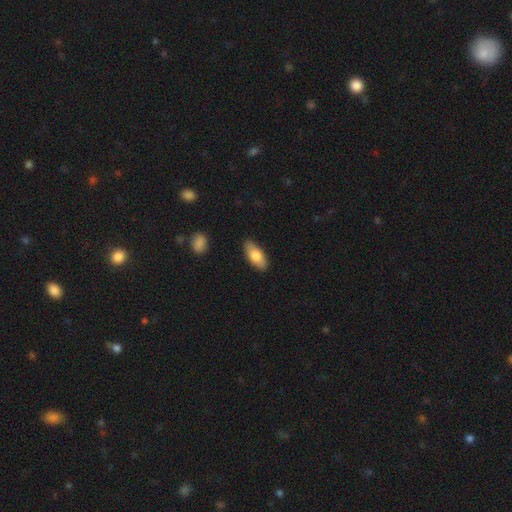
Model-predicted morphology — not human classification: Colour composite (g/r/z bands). It shows a smooth galaxy with no disk features (78%) that is in between round and cigar-shaped (86%). Merging: none (87%).